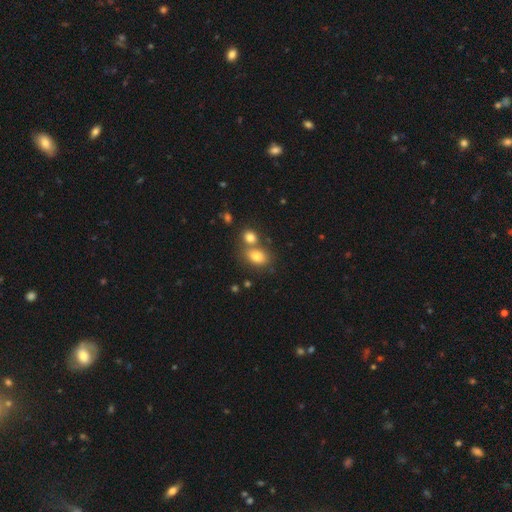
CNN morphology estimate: Smooth or featured? Predicted: smooth (p=0.78). How rounded? Predicted: in between (p=0.69). Merging? Predicted: none (p=0.46).